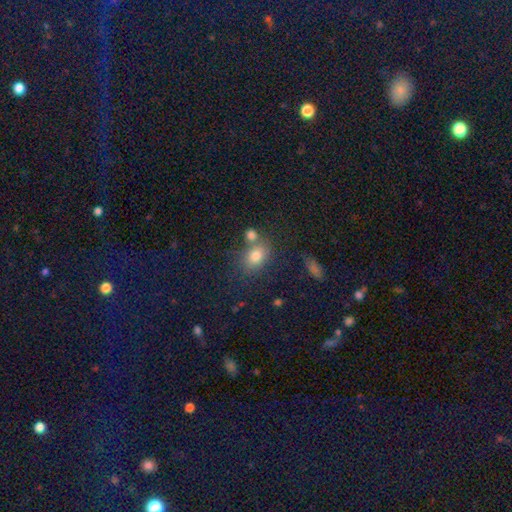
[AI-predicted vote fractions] A smooth galaxy with no disk features (77%) that is in between round and cigar-shaped (61%). Merging: none (59%).